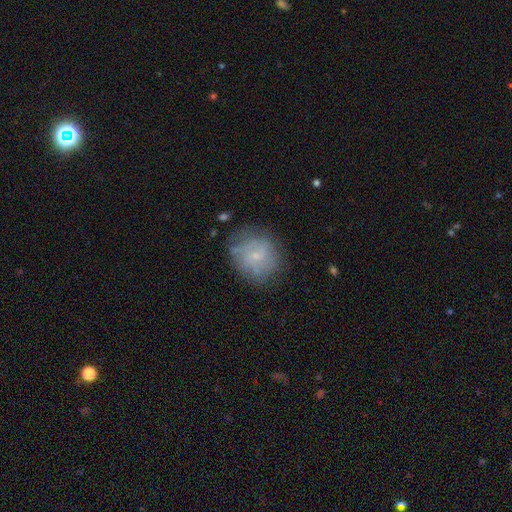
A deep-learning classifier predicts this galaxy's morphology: This appears to be a smooth galaxy with no disk features (48%). Merging: none (66%).